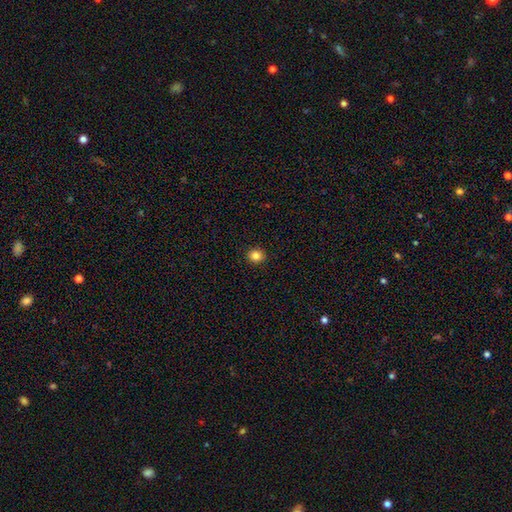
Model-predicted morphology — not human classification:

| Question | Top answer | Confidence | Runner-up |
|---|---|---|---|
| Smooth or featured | smooth | 83% | star or artifact (12%) |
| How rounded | round | 83% | in between (16%) |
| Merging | none | 92% | minor disturbance (5%) |